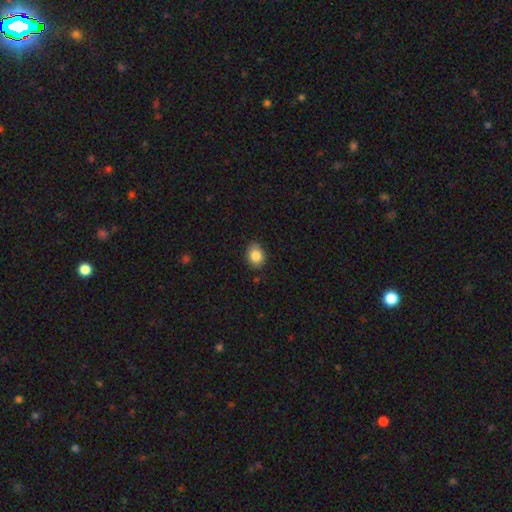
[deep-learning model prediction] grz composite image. It shows a smooth galaxy with no disk features (84%) that is round (50%). Merging: none (79%).